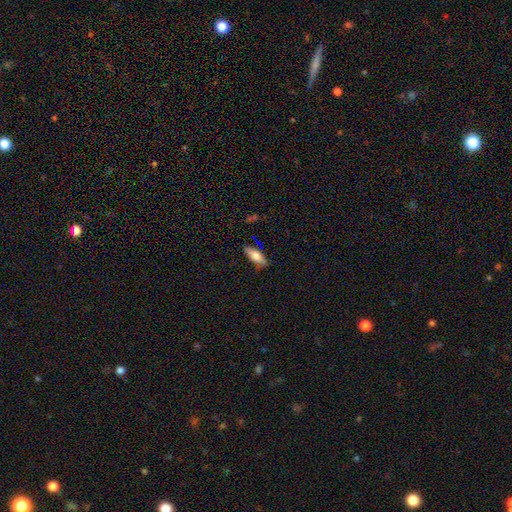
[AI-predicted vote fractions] Smooth or featured?
  - smooth: 71% *
  - featured or disk: 22%
  - star or artifact: 7%
How rounded?
  - in between: 71% *
  - cigar-shaped: 27%
  - round: 3%
Merging?
  - none: 83% *
  - minor disturbance: 13%
  - major disturbance: 3%
  - merger: 2%